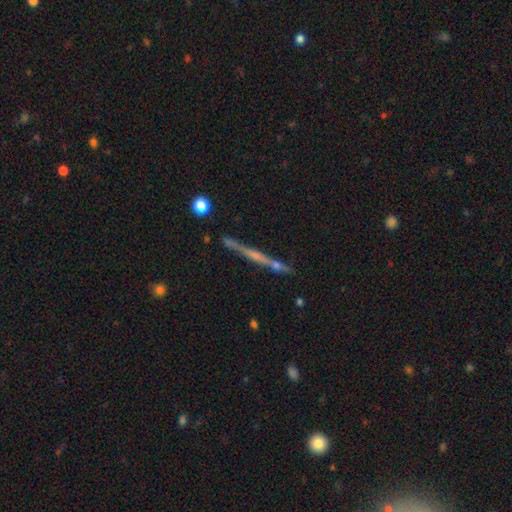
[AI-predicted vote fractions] A featured or disk galaxy (64%) viewed edge-on (96%) with no central bulge (55%).

Vote fractions:
- Smooth or featured? featured or disk: 64% / smooth: 26% / star or artifact: 10%
- Edge-on disk? yes: 96% / no: 4%
- Edge-on bulge? none: 55% / rounded: 29% / boxy: 16%
- Merging? none: 77% / minor disturbance: 12% / merger: 8% / major disturbance: 4%